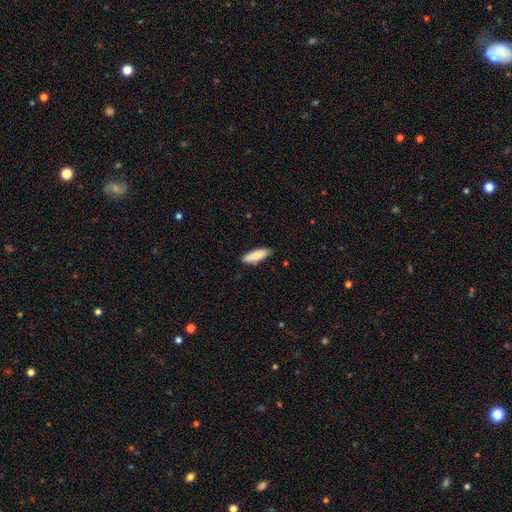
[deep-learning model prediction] Smooth or featured? smooth (87%)
How rounded? in between (53%)
Merging? none (85%)